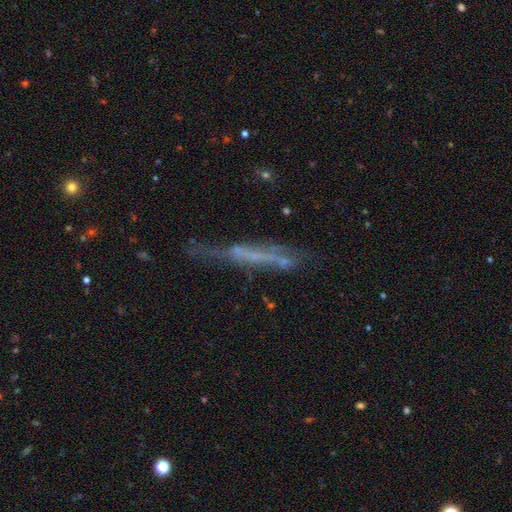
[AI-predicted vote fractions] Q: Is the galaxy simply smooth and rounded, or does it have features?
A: featured or disk — 56%.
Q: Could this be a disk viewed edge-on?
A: yes — 74%.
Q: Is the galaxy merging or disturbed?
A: none — 54%.